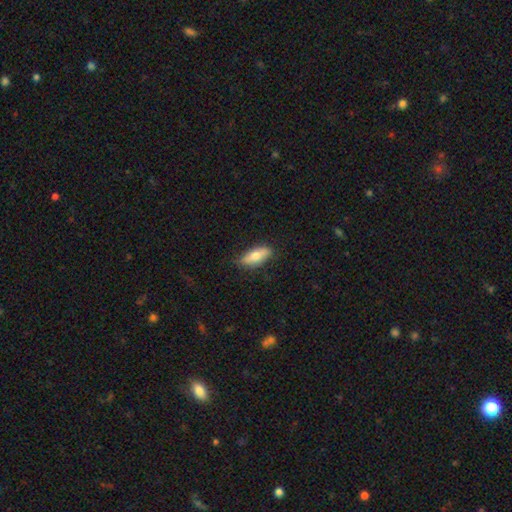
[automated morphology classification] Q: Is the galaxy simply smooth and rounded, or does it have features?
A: smooth — 72%.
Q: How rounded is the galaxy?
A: in between — 75%.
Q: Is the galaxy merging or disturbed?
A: none — 80%.